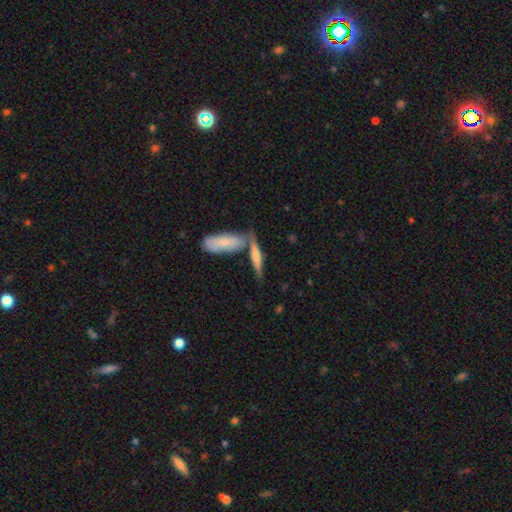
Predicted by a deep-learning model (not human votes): This appears to be a smooth galaxy with no disk features (51%) that is cigar-shaped (75%). Merging: none (54%).